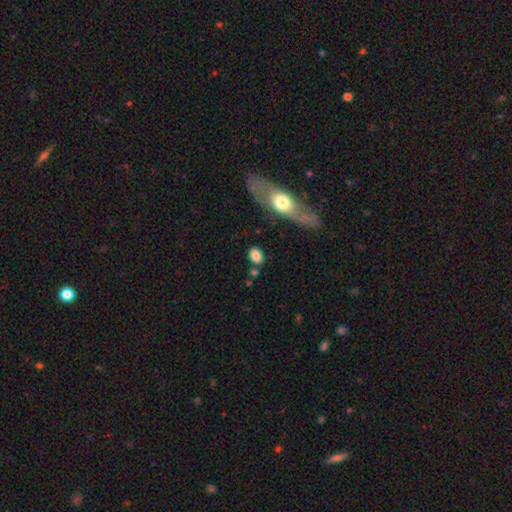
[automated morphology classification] Overall: smooth (83%). How rounded: in between (58%; round 39%). Merging: none (73%).